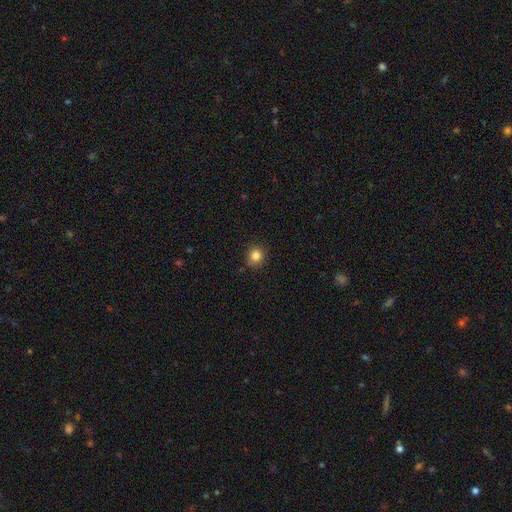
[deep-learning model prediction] Smooth or featured?
  - smooth: 84% *
  - star or artifact: 11%
  - featured or disk: 5%
How rounded?
  - round: 86% *
  - in between: 13%
  - cigar-shaped: 1%
Merging?
  - none: 84% *
  - minor disturbance: 11%
  - major disturbance: 3%
  - merger: 2%